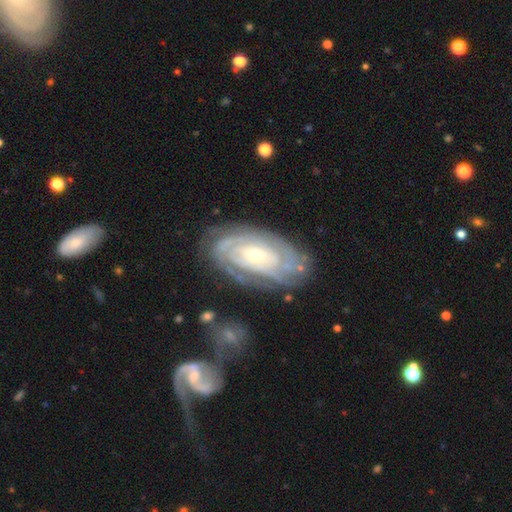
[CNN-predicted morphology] A featured or disk galaxy (85%) with no bar (66%), tight (81%) spiral arms (95%) and a small central bulge (57%). Merging: none (74%).